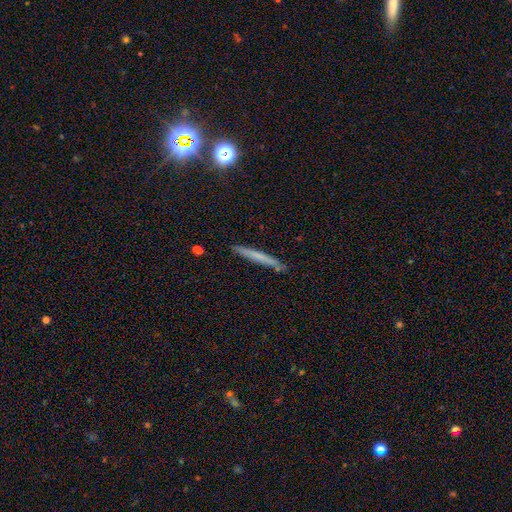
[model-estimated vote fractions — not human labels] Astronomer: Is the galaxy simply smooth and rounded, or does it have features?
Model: smooth — 48% (runner-up: featured or disk, 39%).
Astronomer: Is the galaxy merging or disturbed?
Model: none — 88%.